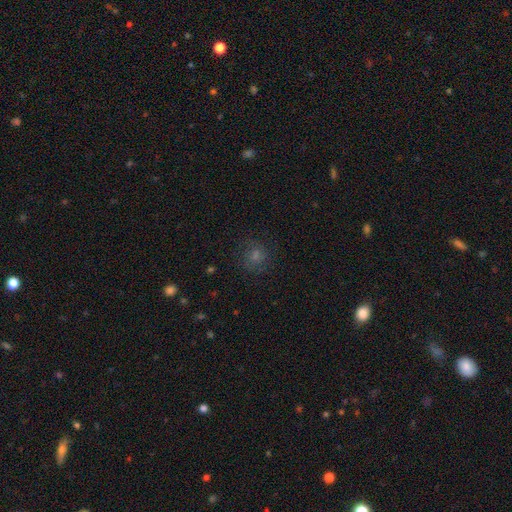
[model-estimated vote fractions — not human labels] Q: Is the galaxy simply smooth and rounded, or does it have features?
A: smooth — 51%.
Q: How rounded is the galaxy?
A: round — 90%.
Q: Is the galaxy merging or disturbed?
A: none — 83%.